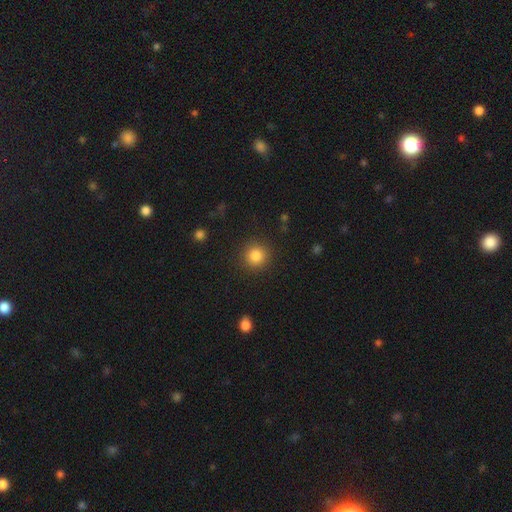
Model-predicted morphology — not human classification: Smooth or featured?
  - smooth: 85% *
  - star or artifact: 10%
  - featured or disk: 4%
How rounded?
  - round: 94% *
  - in between: 5%
  - cigar-shaped: 1%
Merging?
  - none: 89% *
  - minor disturbance: 6%
  - major disturbance: 3%
  - merger: 1%